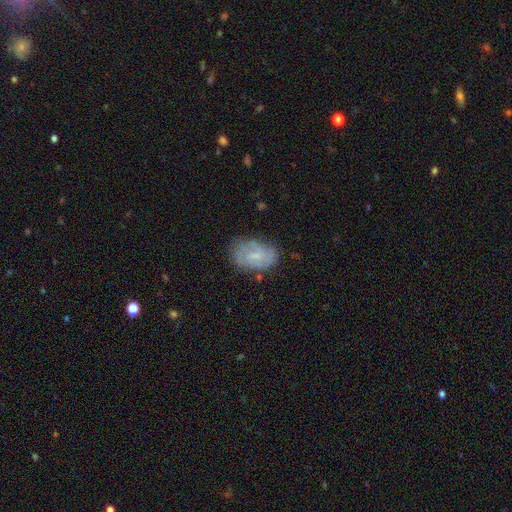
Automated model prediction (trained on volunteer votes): Smooth or featured? Predicted: featured or disk (p=0.53). Edge-on disk? Predicted: no (p=0.97). Bar? Predicted: weak (p=0.49). Spiral arms? Predicted: yes (p=0.78). Bulge size? Predicted: small (p=0.47). Merging? Predicted: none (p=0.69).